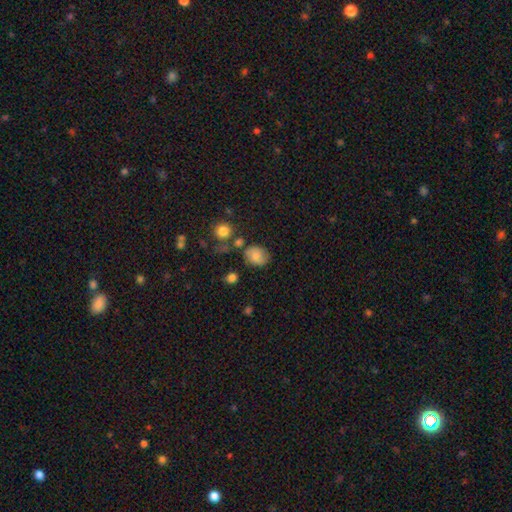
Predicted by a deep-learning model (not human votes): A smooth galaxy with no disk features (74%) that is round (54%).

Vote fractions:
- Smooth or featured? smooth: 74% / featured or disk: 16% / star or artifact: 10%
- How rounded? round: 54% / in between: 45% / cigar-shaped: 1%
- Merging? none: 66% / minor disturbance: 20% / merger: 7% / major disturbance: 7%